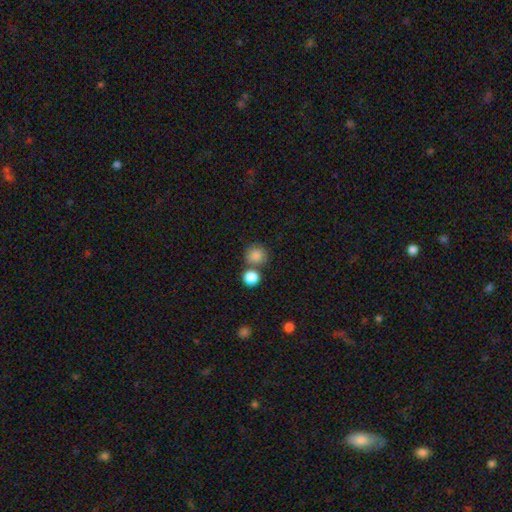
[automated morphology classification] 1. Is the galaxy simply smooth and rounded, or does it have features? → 85% smooth, 10% star or artifact, 5% featured or disk.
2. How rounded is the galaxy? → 89% round, 11% in between, 1% cigar-shaped.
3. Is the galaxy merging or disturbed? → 65% none, 21% merger, 10% minor disturbance, 4% major disturbance.